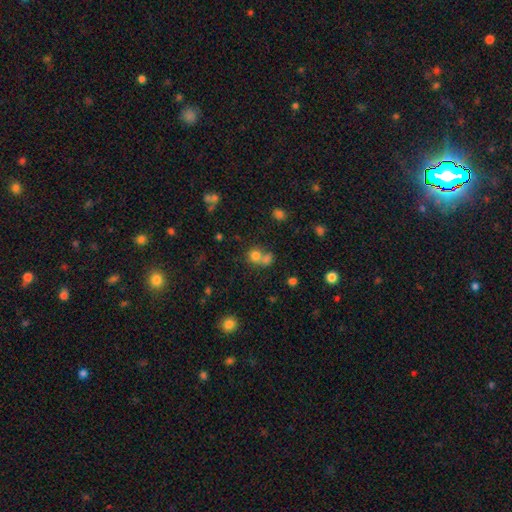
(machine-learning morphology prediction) A smooth galaxy with no disk features (74%) that is round (80%).

Vote fractions:
- Smooth or featured? smooth: 74% / star or artifact: 15% / featured or disk: 11%
- How rounded? round: 80% / in between: 19% / cigar-shaped: 1%
- Merging? merger: 50% / none: 38% / minor disturbance: 7% / major disturbance: 5%